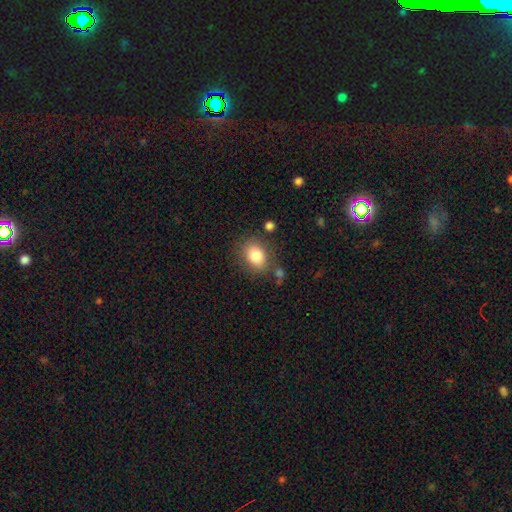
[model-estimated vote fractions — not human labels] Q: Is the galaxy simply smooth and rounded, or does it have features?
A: smooth — 83%.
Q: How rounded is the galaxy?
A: in between — 57%.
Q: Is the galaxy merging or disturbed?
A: none — 78%.